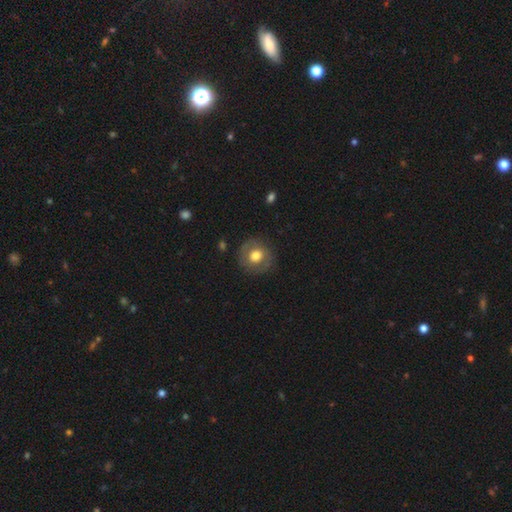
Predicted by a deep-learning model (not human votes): This is likely a smooth galaxy (60%). How rounded: clearly round (88%). Merging: clearly none (82%).